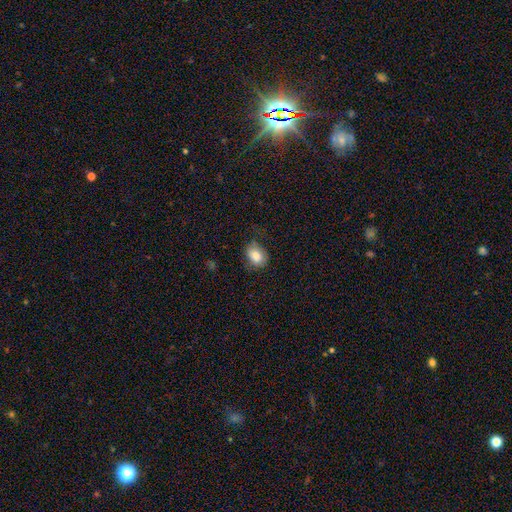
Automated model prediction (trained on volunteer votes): Morphology: type=smooth (80%); roundness=in between (66%); merging=none (65%).